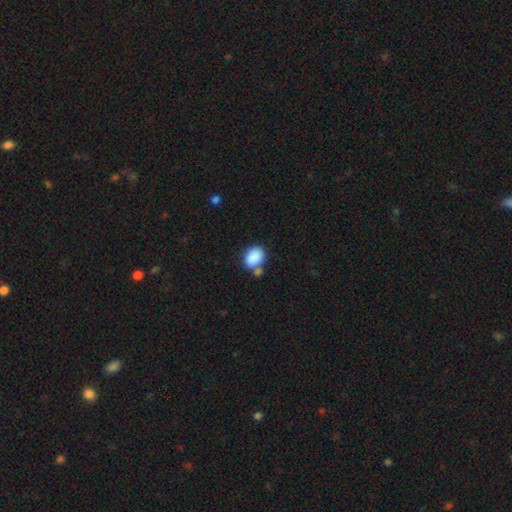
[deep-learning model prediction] Smooth or featured: smooth — 88% (star or artifact — 8%)
How rounded: in between — 72% (round — 27%)
Merging: none — 55% (merger — 26%)